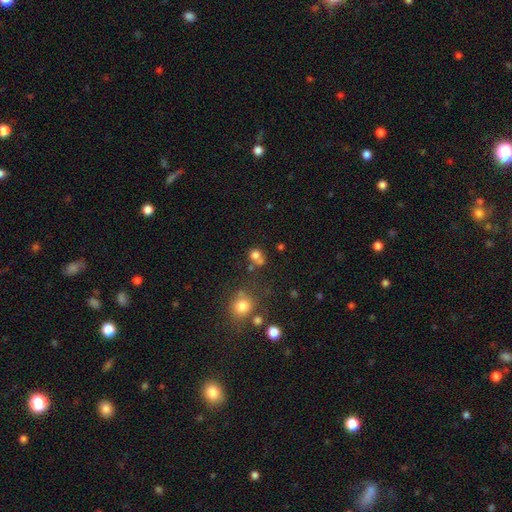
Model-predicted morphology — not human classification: The model was most divided on "merging": none: 48%, merger: 31%, minor disturbance: 14%, major disturbance: 8%. More confident: smooth or featured — smooth (74%); how rounded — round (74%).